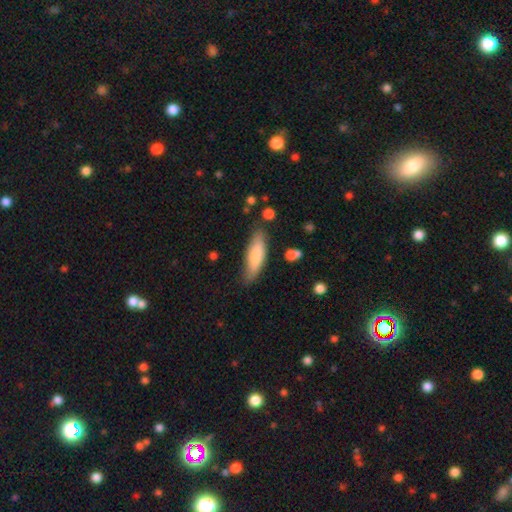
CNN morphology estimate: Smooth or featured: smooth — 78% (featured or disk — 16%)
How rounded: cigar-shaped — 53% (in between — 46%)
Merging: none — 75% (minor disturbance — 18%)